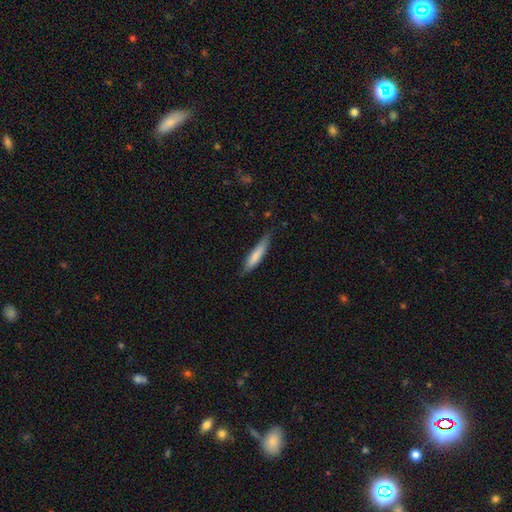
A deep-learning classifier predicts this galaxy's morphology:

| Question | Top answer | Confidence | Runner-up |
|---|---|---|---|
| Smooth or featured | smooth | 77% | featured or disk (18%) |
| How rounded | cigar-shaped | 83% | in between (15%) |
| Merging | none | 72% | minor disturbance (23%) |